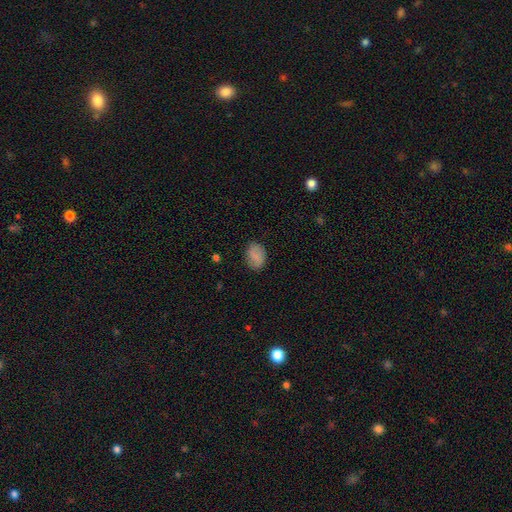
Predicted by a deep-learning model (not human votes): smooth 79%, featured or disk 13%, star or artifact 8%. Down the decision tree: how rounded — in between (75%); merging — none (84%).